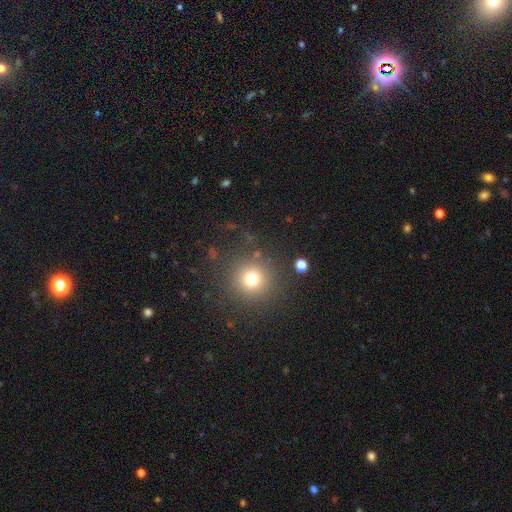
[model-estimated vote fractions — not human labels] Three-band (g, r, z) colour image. It shows a smooth galaxy with no disk features (45%). Merging: none (82%).